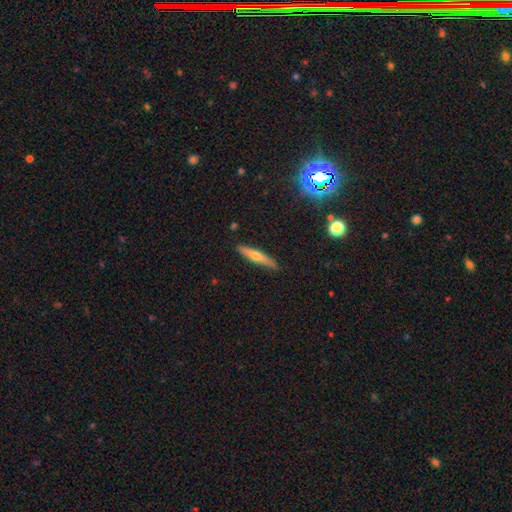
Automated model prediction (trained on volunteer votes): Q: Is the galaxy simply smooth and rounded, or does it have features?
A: featured or disk — 50%.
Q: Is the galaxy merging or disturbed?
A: none — 89%.